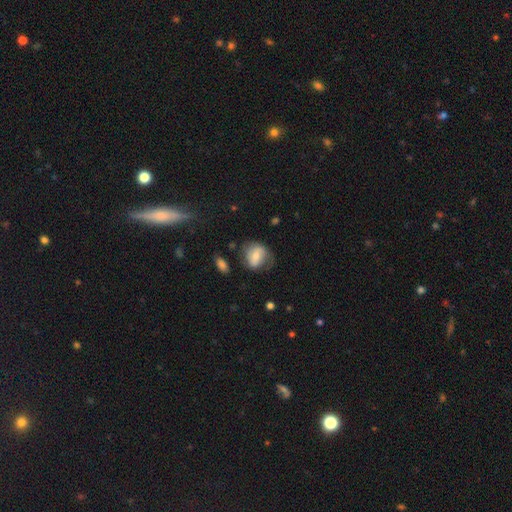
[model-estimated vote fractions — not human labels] smooth 57%, featured or disk 35%, star or artifact 8%. Down the decision tree: how rounded — round (58%); merging — none (54%).